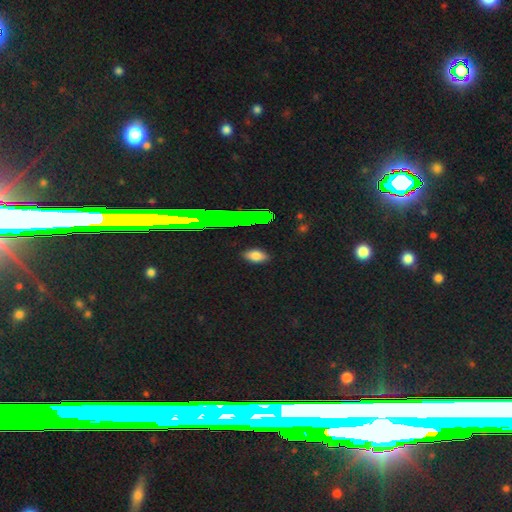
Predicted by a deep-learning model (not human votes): A smooth galaxy with no disk features (76%) that is in between round and cigar-shaped (88%).

Vote fractions:
- Smooth or featured? smooth: 76% / star or artifact: 16% / featured or disk: 8%
- How rounded? in between: 88% / round: 7% / cigar-shaped: 4%
- Merging? none: 88% / minor disturbance: 8% / major disturbance: 2% / merger: 1%